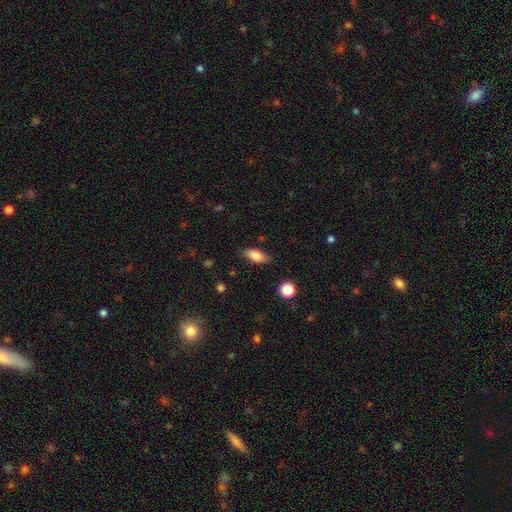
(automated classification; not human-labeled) Smooth or featured? smooth (81%)
How rounded? in between (86%)
Merging? none (81%)